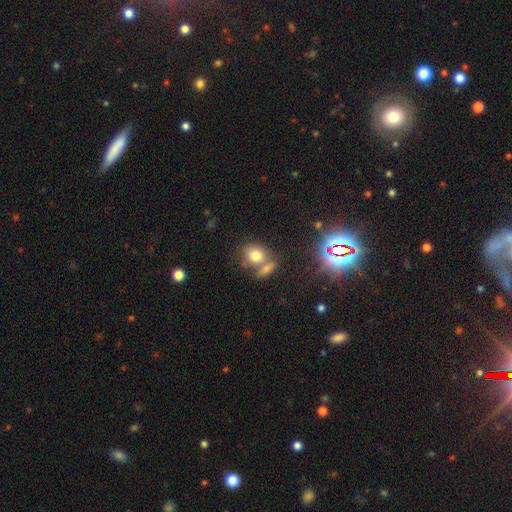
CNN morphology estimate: type=smooth (76%); roundness=round (54%); merging=none (48%).